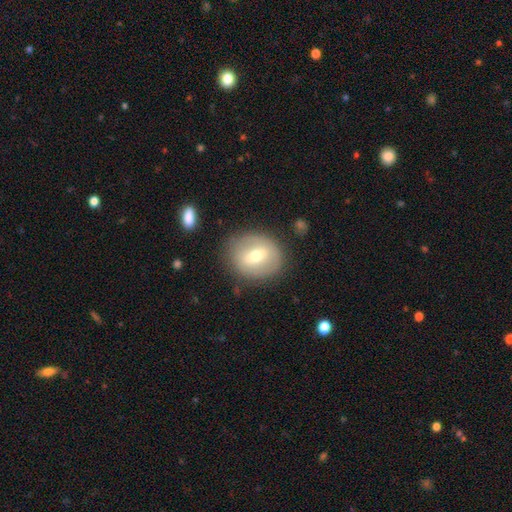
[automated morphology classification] Q: Smooth or featured?
A: featured or disk (46%); tied with: smooth (46%)
Q: Merging?
A: none (81%); runner-up: minor disturbance (13%)